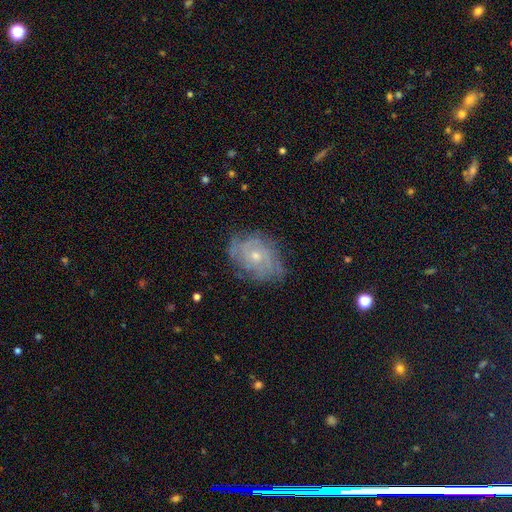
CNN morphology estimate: featured or disk 76%, smooth 16%, star or artifact 8%. Down the decision tree: edge-on disk — no (96%); bar — no (80%); spiral arms — yes (87%); spiral arm count — can't tell (49%); spiral winding — tight (63%); bulge size — small (58%); merging — none (74%).